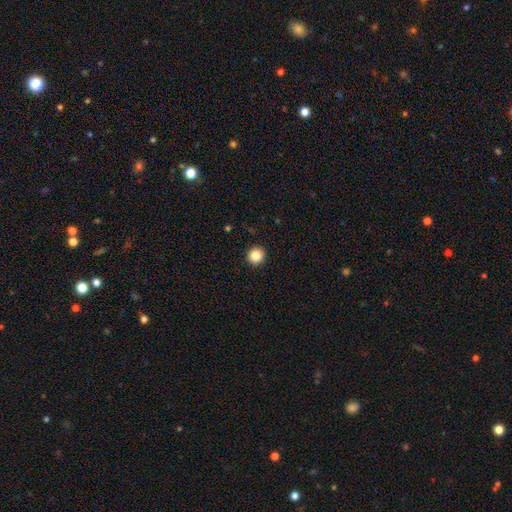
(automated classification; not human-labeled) Smooth or featured?
  - smooth: 84% *
  - star or artifact: 10%
  - featured or disk: 5%
How rounded?
  - round: 94% *
  - in between: 5%
  - cigar-shaped: 1%
Merging?
  - none: 93% *
  - minor disturbance: 4%
  - major disturbance: 1%
  - merger: 1%